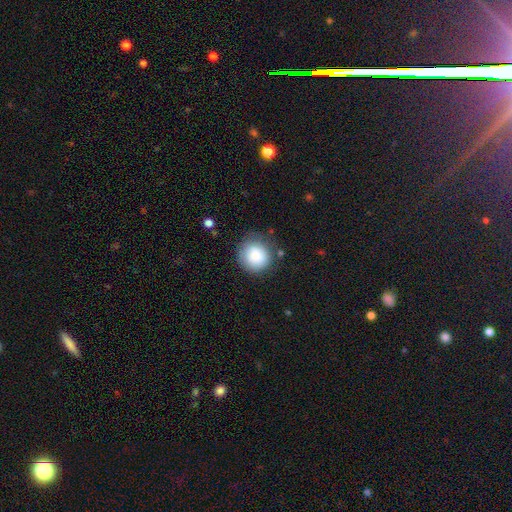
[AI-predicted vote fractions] This is clearly a smooth galaxy (84%). How rounded: clearly round (91%). Merging: likely none (75%).